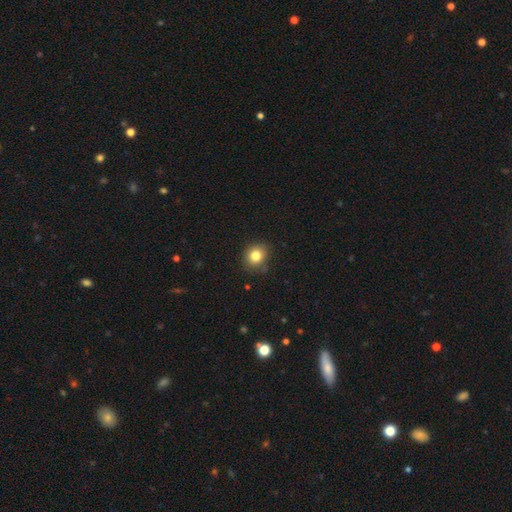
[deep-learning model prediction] Smooth or featured? smooth (82%)
How rounded? round (74%)
Merging? none (84%)